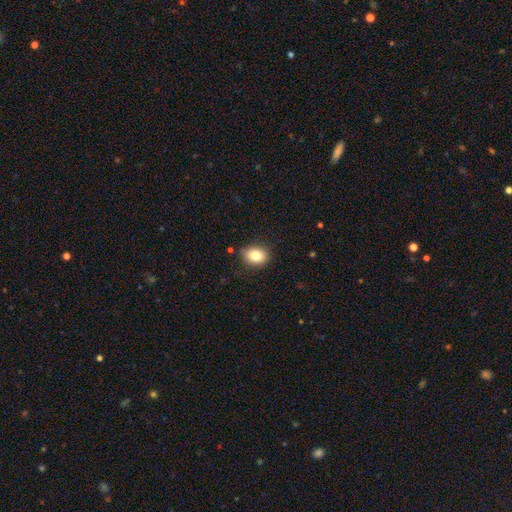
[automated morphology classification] Smooth or featured?
  - smooth: 82% *
  - star or artifact: 9%
  - featured or disk: 9%
How rounded?
  - in between: 64% *
  - round: 35%
  - cigar-shaped: 1%
Merging?
  - none: 84% *
  - minor disturbance: 12%
  - major disturbance: 3%
  - merger: 2%